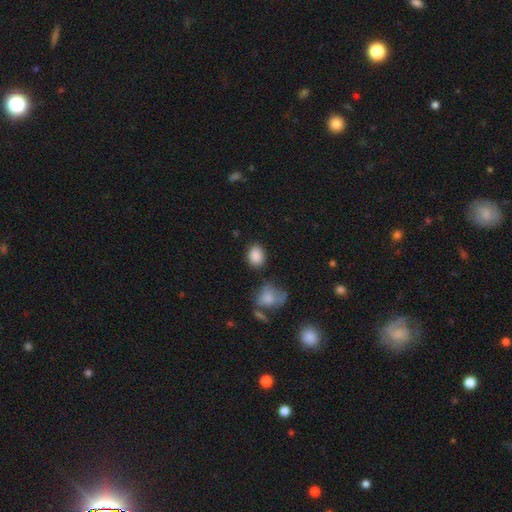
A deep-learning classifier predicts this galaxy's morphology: Smooth or featured? smooth (87%)
How rounded? in between (63%)
Merging? none (77%)